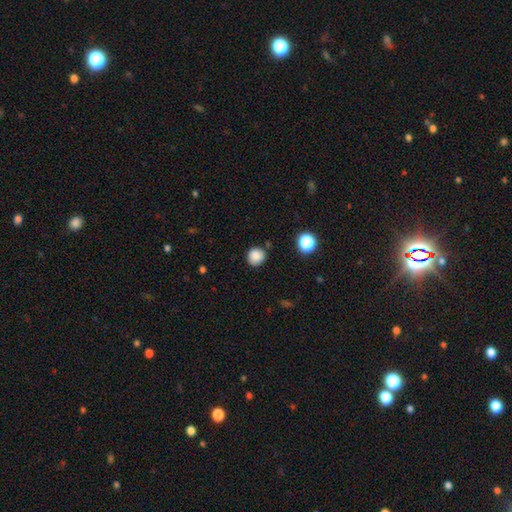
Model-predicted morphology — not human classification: Smooth or featured? smooth (85%)
How rounded? round (88%)
Merging? none (82%)